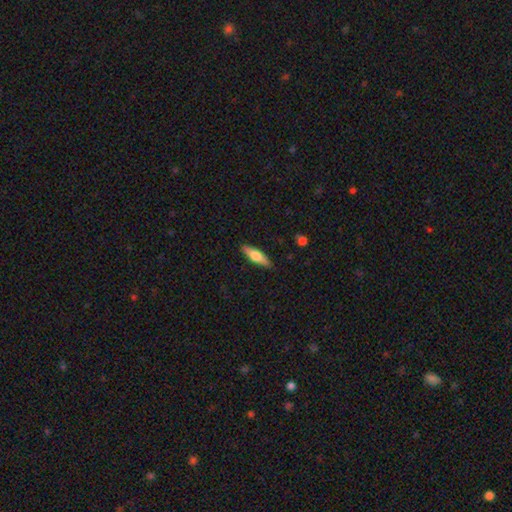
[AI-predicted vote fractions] Smooth or featured? Predicted: smooth (p=0.61). How rounded? Predicted: cigar-shaped (p=0.60). Merging? Predicted: none (p=0.88).